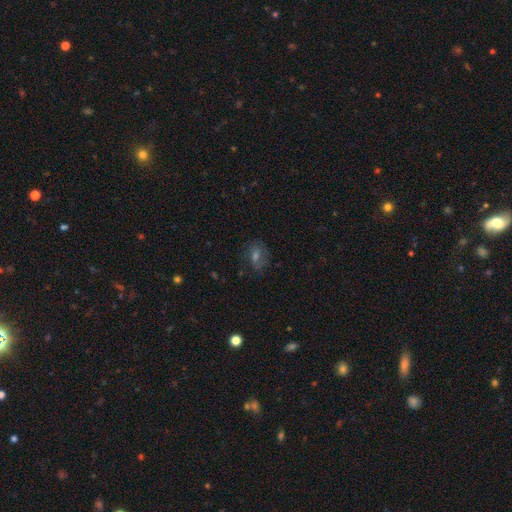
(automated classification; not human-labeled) Overall: featured or disk (39%; smooth 37%). Merging: none (76%).